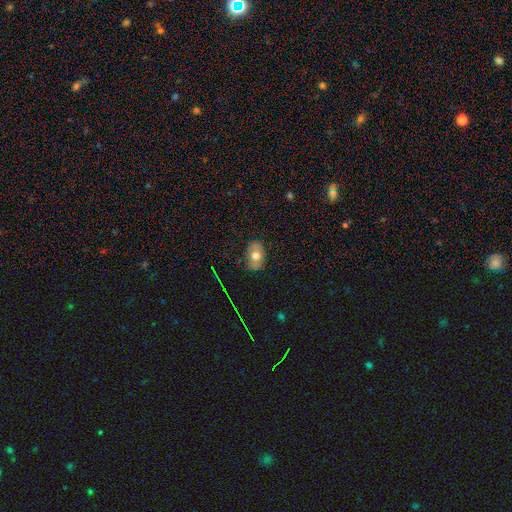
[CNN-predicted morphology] This appears to be a smooth galaxy with no disk features (67%) that is in between round and cigar-shaped (82%). Merging: none (80%).